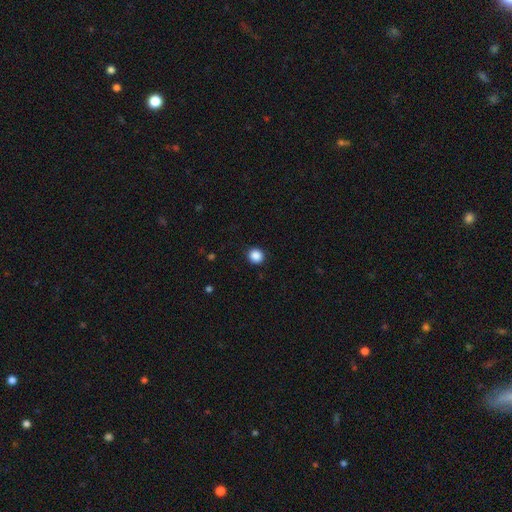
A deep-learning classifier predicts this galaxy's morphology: type=smooth (88%); roundness=round (91%); merging=none (92%).